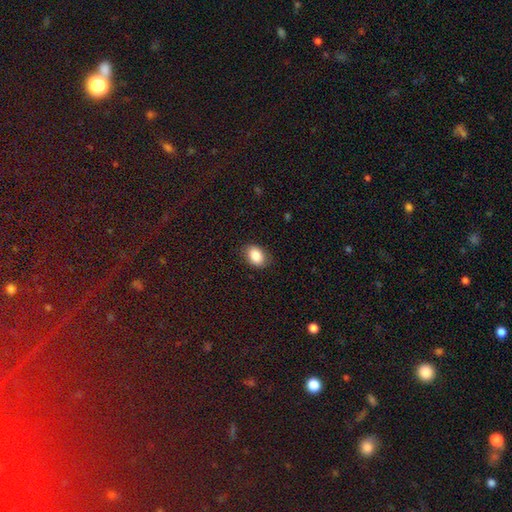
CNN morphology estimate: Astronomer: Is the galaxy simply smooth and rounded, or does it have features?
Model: smooth — 87%.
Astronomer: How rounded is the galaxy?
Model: in between — 78%.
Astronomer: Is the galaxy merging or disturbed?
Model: none — 84%.